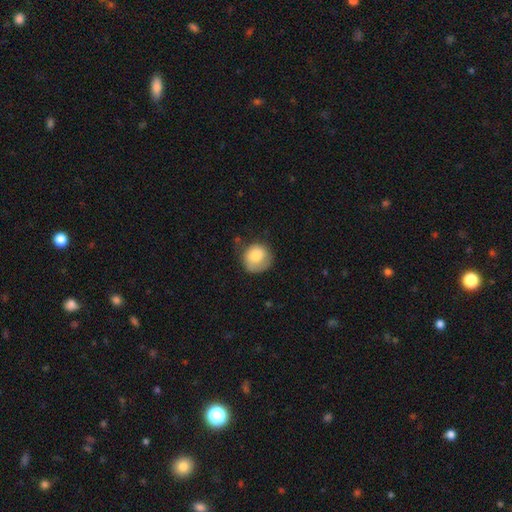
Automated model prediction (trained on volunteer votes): The model was most divided on "merging": none: 58%, minor disturbance: 28%, major disturbance: 11%, merger: 2%. More confident: how rounded — round (86%); smooth or featured — smooth (80%).